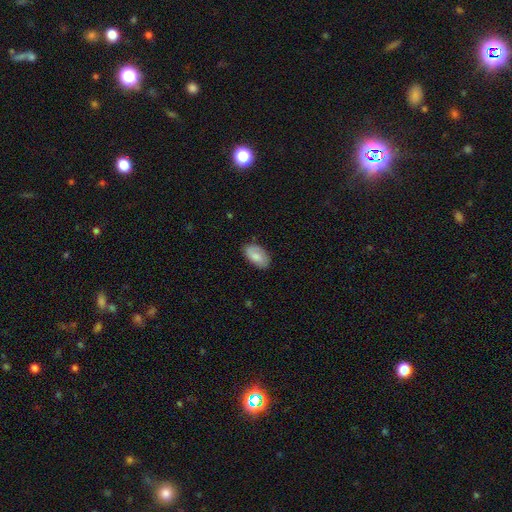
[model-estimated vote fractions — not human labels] smooth 79%, featured or disk 15%, star or artifact 6%. Down the decision tree: how rounded — in between (94%); merging — none (80%).